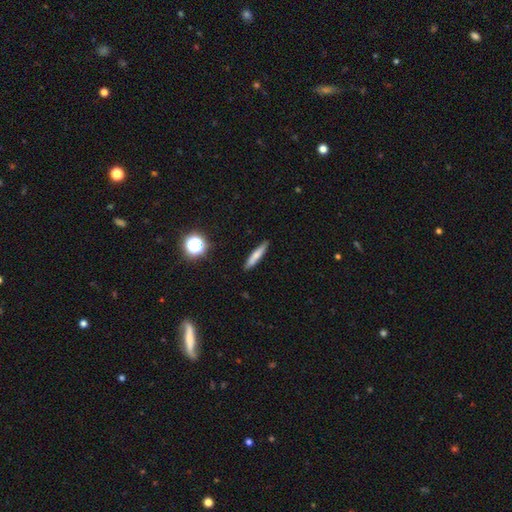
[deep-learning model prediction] Smooth or featured? smooth (70%)
How rounded? cigar-shaped (89%)
Merging? none (88%)